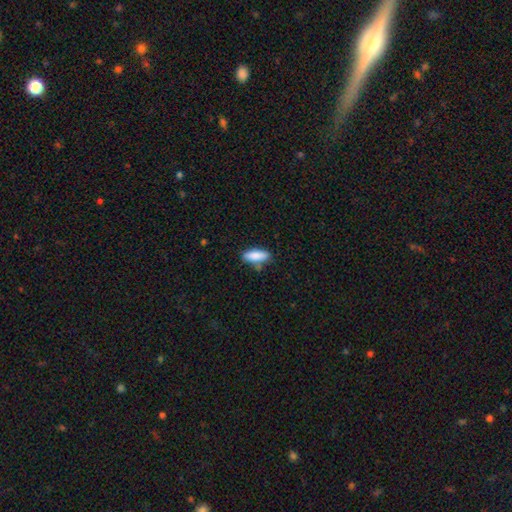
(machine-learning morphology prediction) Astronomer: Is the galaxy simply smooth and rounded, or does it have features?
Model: smooth — 86%.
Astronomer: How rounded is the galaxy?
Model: in between — 68%.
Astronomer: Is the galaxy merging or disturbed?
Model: none — 75%.